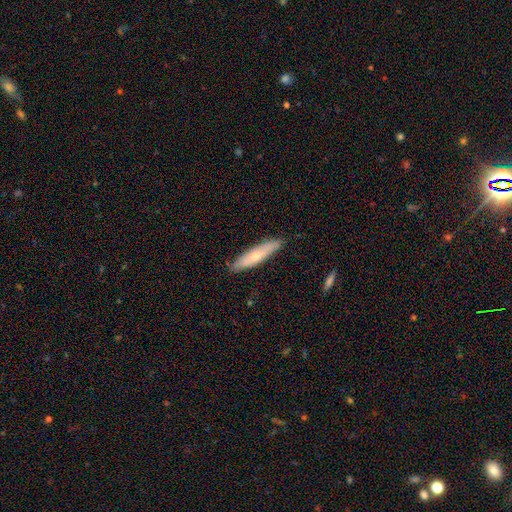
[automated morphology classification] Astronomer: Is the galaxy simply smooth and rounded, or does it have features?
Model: smooth — 59% (runner-up: featured or disk, 35%).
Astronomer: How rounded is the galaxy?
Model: cigar-shaped — 84%.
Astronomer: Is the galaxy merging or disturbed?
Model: none — 87%.